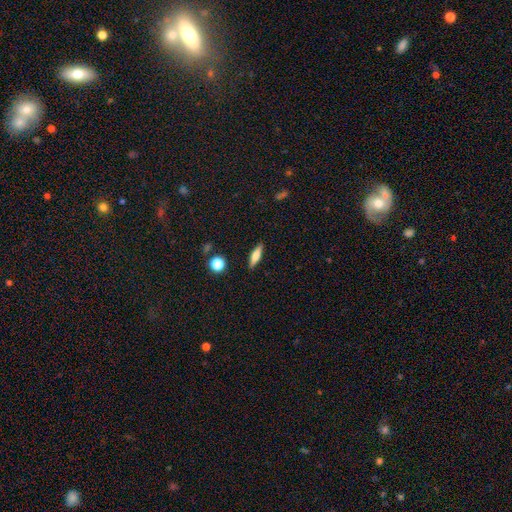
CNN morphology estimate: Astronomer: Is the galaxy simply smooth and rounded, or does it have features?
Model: smooth — 62%.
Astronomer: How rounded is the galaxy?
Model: cigar-shaped — 64%.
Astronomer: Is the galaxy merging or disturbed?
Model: none — 89%.